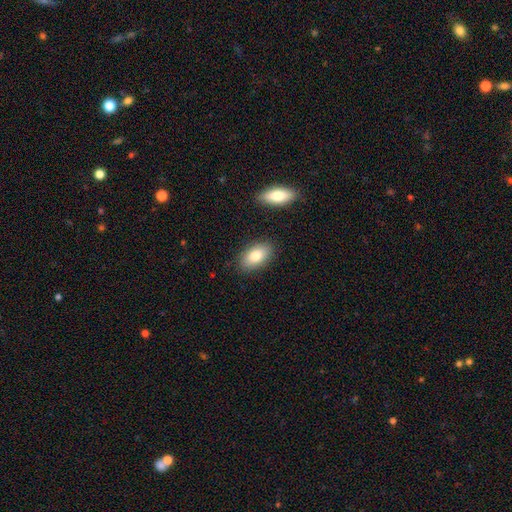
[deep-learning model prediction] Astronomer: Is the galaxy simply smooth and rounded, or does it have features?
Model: smooth — 81%.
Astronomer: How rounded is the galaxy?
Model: in between — 92%.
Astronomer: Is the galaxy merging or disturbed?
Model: none — 85%.